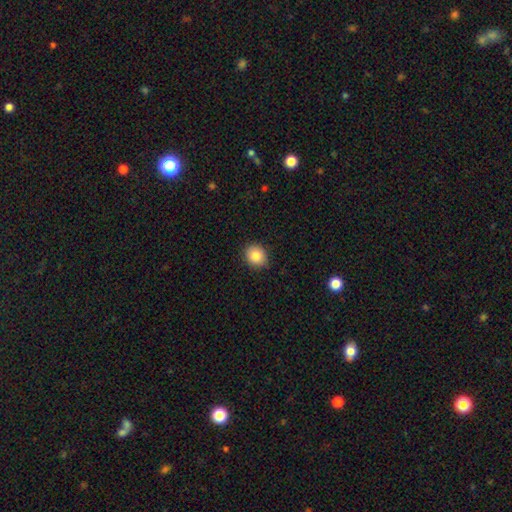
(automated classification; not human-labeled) This is clearly a smooth galaxy (85%). How rounded: likely round (70%). Merging: clearly none (88%).